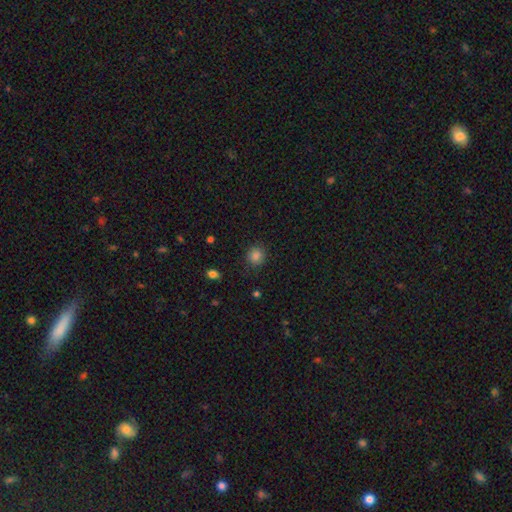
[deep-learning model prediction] smooth 85%, star or artifact 11%, featured or disk 4%. Down the decision tree: how rounded — round (87%); merging — none (86%).